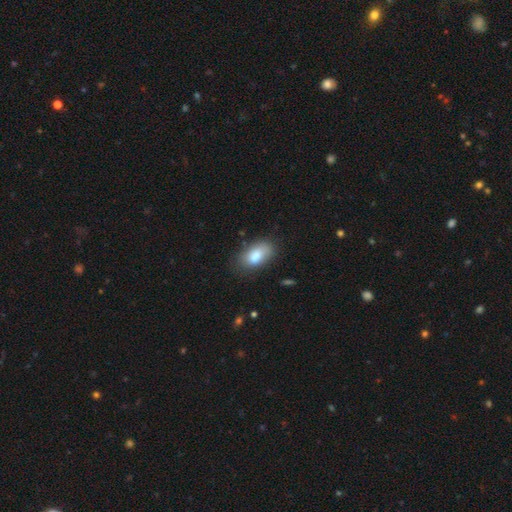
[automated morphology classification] This is clearly a smooth galaxy (81%). How rounded: clearly in between (92%). Merging: likely none (68%).